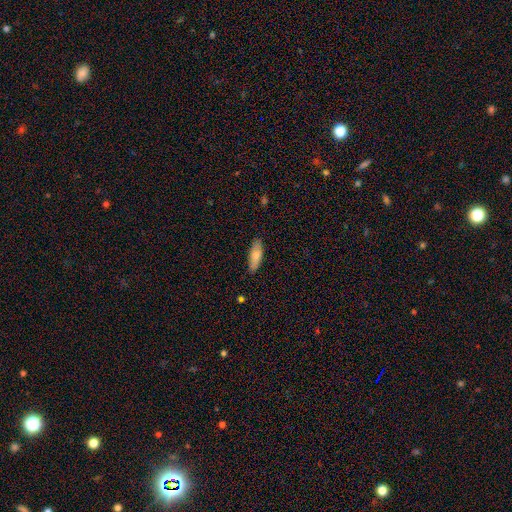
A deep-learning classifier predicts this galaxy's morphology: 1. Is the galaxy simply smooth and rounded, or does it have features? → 76% smooth, 18% featured or disk, 6% star or artifact.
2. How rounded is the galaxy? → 63% in between, 35% cigar-shaped, 2% round.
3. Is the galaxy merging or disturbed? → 83% none, 13% minor disturbance, 2% major disturbance, 1% merger.